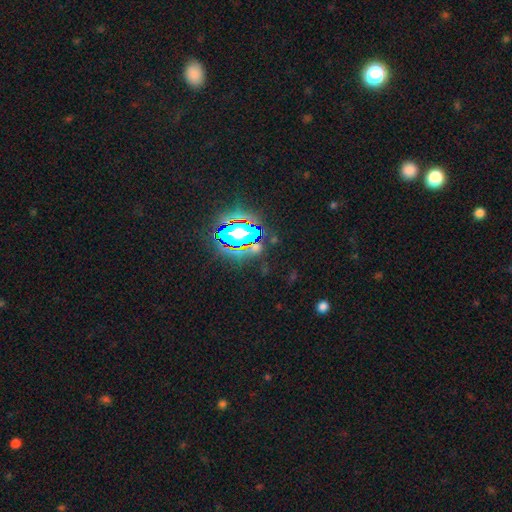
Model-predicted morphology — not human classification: Smooth or featured? star or artifact (81%)